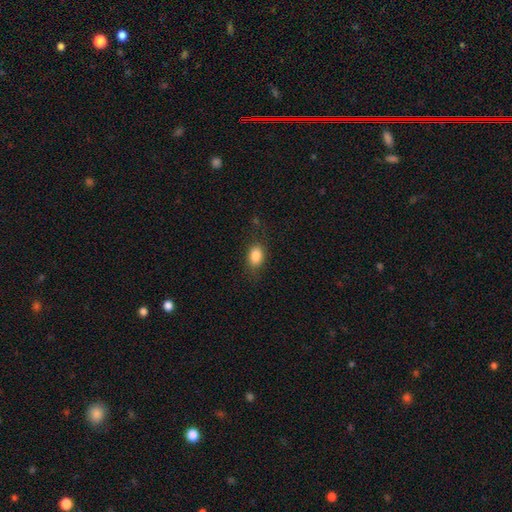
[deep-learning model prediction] Smooth or featured: smooth — 85% (star or artifact — 8%)
How rounded: in between — 80% (round — 18%)
Merging: none — 77% (minor disturbance — 16%)